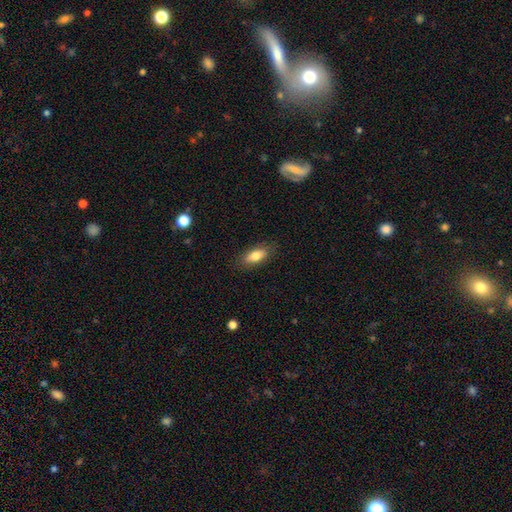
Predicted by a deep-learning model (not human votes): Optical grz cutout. It shows a smooth galaxy with no disk features (78%) that is in between round and cigar-shaped (81%). Merging: none (84%).